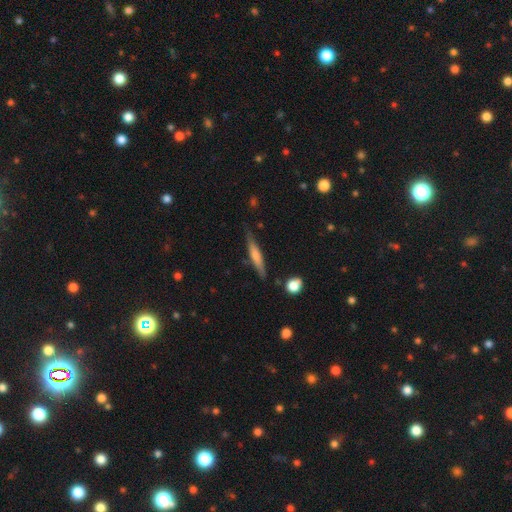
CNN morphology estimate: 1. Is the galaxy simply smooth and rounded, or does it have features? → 56% smooth, 38% featured or disk, 6% star or artifact.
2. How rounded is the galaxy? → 89% cigar-shaped, 9% in between, 2% round.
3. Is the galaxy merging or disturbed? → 78% none, 16% minor disturbance, 3% major disturbance, 3% merger.